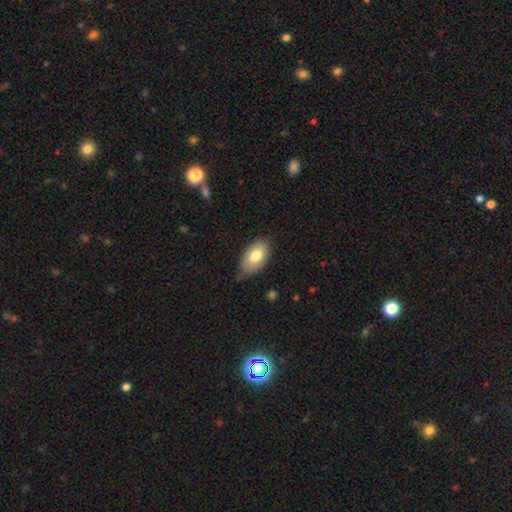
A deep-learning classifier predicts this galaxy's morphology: A smooth galaxy with no disk features (78%) that is in between round and cigar-shaped (94%). Merging: none (74%).